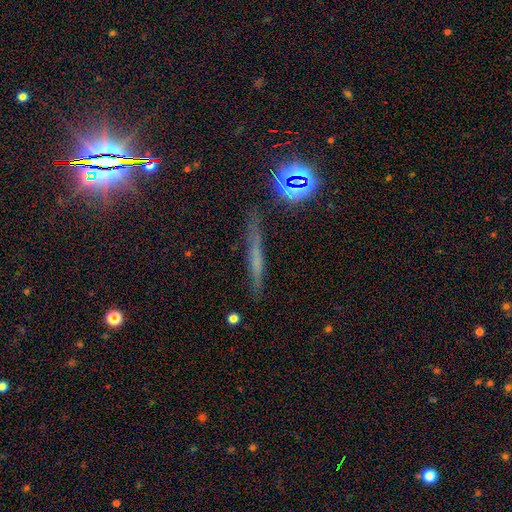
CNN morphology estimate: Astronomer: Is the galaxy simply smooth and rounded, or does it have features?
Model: featured or disk — 39% (runner-up: smooth, 36%).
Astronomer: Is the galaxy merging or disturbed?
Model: none — 82%.